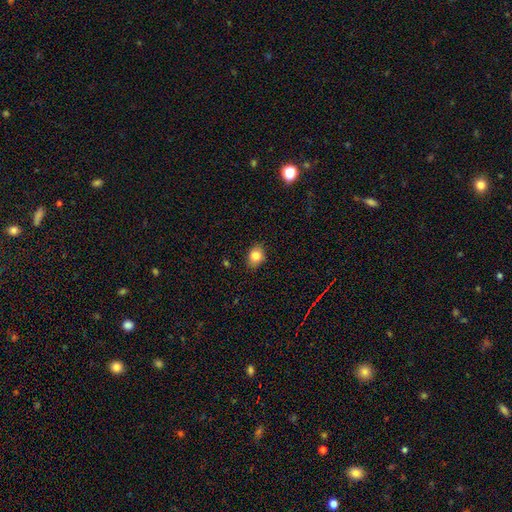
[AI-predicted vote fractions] This appears to be a smooth galaxy with no disk features (83%) that is in between round and cigar-shaped (64%). Merging: none (84%).